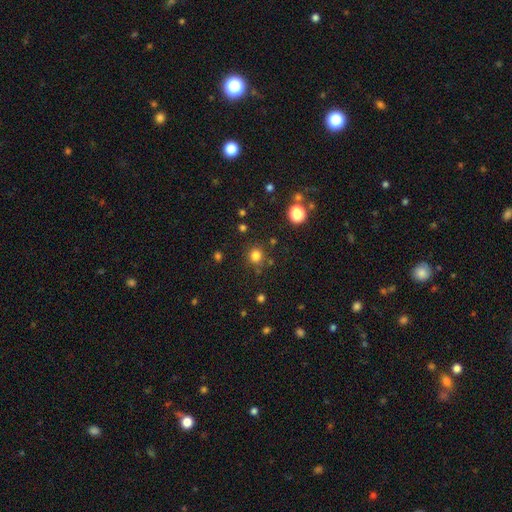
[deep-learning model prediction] smooth 80%, star or artifact 16%, featured or disk 5%. Down the decision tree: how rounded — round (88%); merging — none (82%).